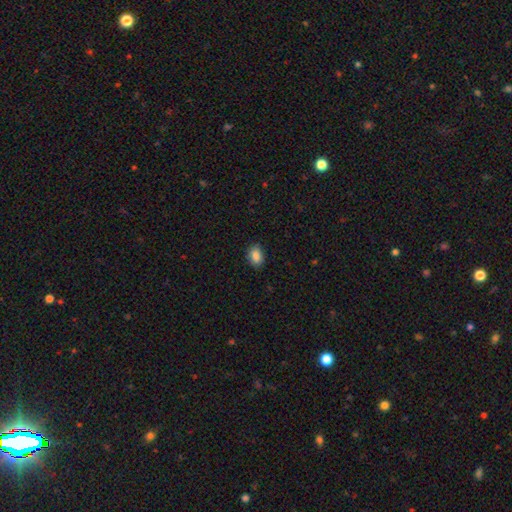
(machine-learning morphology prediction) Smooth or featured: smooth — 87% (star or artifact — 8%)
How rounded: in between — 82% (round — 17%)
Merging: none — 86% (minor disturbance — 11%)